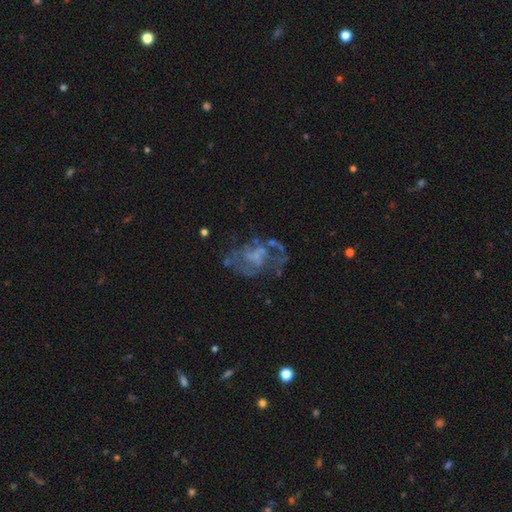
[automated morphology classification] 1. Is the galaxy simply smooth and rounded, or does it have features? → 72% featured or disk, 15% smooth, 13% star or artifact.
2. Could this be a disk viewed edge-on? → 98% no, 2% yes.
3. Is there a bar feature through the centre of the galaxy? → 67% no, 27% weak, 6% strong.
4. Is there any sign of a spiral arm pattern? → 56% yes, 44% no.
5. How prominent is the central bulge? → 56% none, 26% small, 14% moderate, 3% large, 1% dominant.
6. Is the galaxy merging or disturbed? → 44% none, 33% major disturbance, 17% minor disturbance, 6% merger.